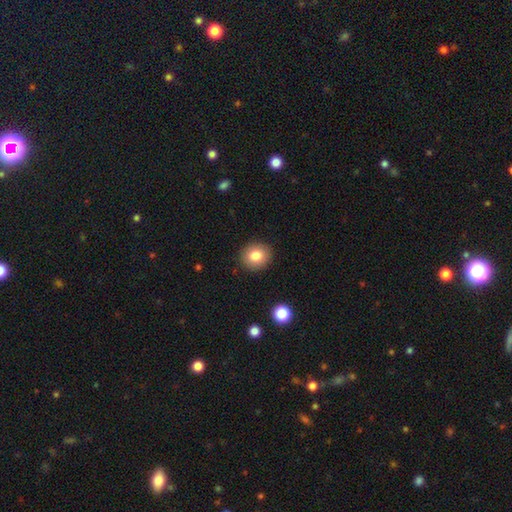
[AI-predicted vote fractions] Overall: smooth (82%). How rounded: round (79%). Merging: none (90%).